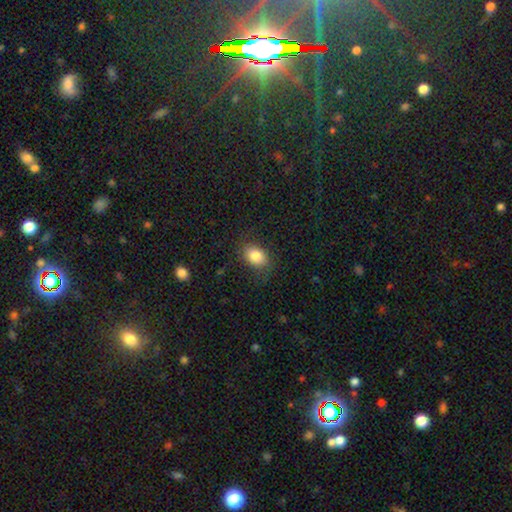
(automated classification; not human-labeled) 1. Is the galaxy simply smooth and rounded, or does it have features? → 82% smooth, 9% star or artifact, 9% featured or disk.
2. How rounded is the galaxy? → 68% in between, 31% round, 1% cigar-shaped.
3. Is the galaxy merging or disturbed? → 75% none, 17% minor disturbance, 7% major disturbance, 1% merger.